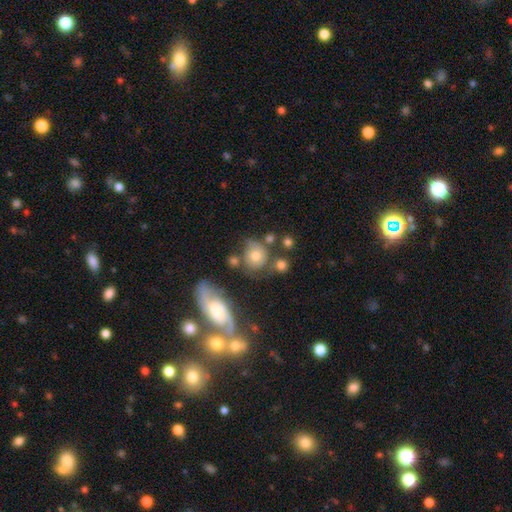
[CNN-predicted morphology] Smooth or featured: smooth — 58% (featured or disk — 31%)
How rounded: round — 72% (in between — 26%)
Merging: none — 53% (minor disturbance — 20%)